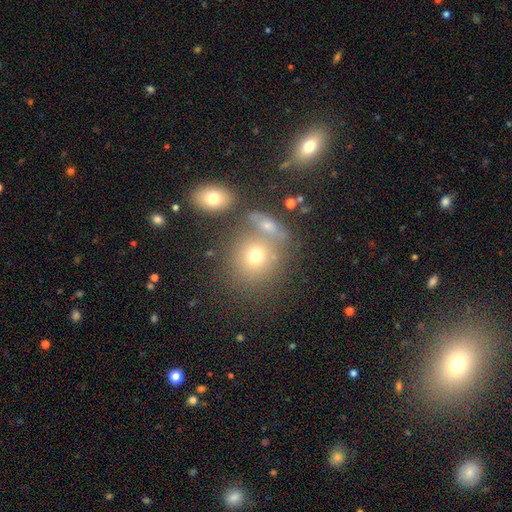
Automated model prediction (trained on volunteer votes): Smooth or featured: smooth — 67% (star or artifact — 16%)
How rounded: round — 77% (in between — 22%)
Merging: none — 58% (merger — 26%)